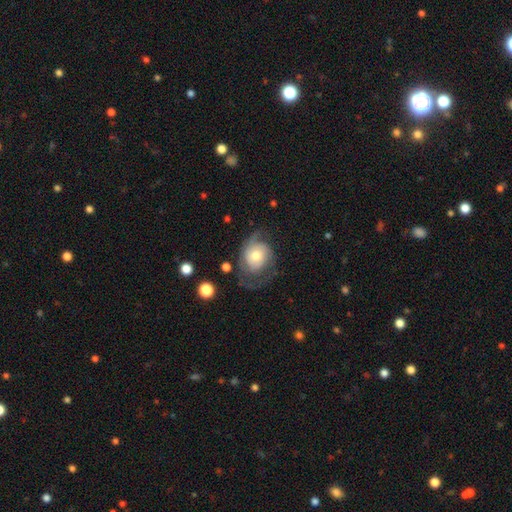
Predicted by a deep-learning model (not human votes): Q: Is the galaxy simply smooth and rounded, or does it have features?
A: featured or disk — 61%.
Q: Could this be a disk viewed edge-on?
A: no — 96%.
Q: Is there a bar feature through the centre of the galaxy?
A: no — 78%.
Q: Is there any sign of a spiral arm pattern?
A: yes — 81%.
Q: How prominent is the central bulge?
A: moderate — 68%.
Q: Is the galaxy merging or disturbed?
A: none — 43%.